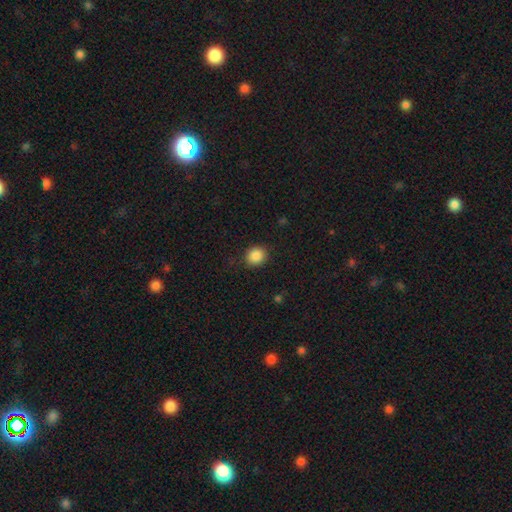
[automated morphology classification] Smooth or featured? smooth (87%)
How rounded? round (79%)
Merging? none (87%)